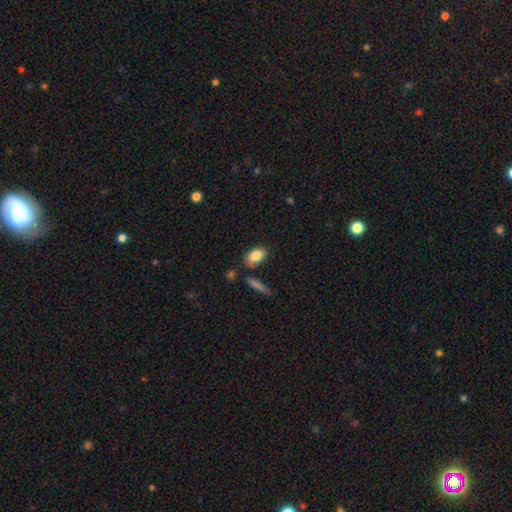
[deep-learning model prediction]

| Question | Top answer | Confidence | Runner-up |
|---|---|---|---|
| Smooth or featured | smooth | 84% | featured or disk (9%) |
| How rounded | in between | 90% | round (6%) |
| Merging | none | 73% | minor disturbance (16%) |